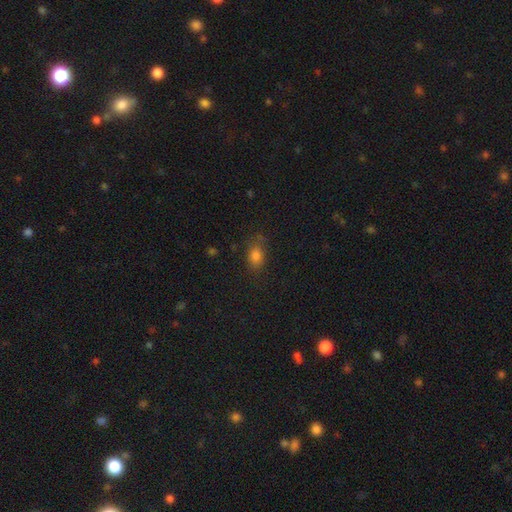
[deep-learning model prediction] Overall: smooth (80%). How rounded: in between (73%). Merging: none (74%).